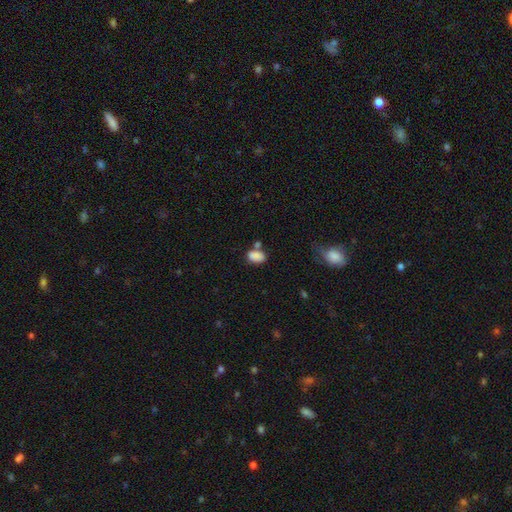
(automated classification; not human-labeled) Morphology: type=smooth (85%); roundness=in between (88%); merging=none (54%).